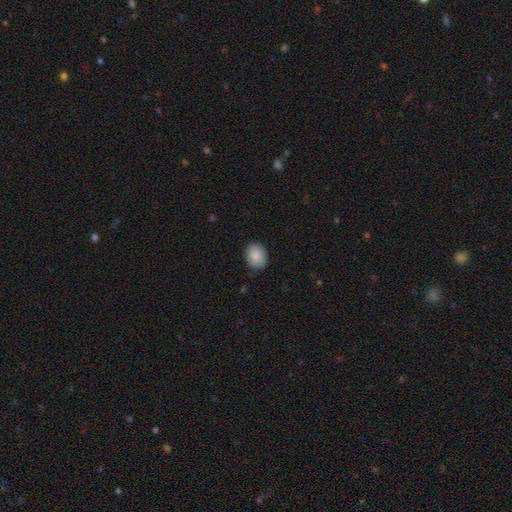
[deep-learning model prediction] A smooth galaxy with no disk features (87%) that is in between round and cigar-shaped (63%).

Vote fractions:
- Smooth or featured? smooth: 87% / star or artifact: 7% / featured or disk: 6%
- How rounded? in between: 63% / round: 36% / cigar-shaped: 1%
- Merging? none: 85% / minor disturbance: 12% / major disturbance: 2% / merger: 1%